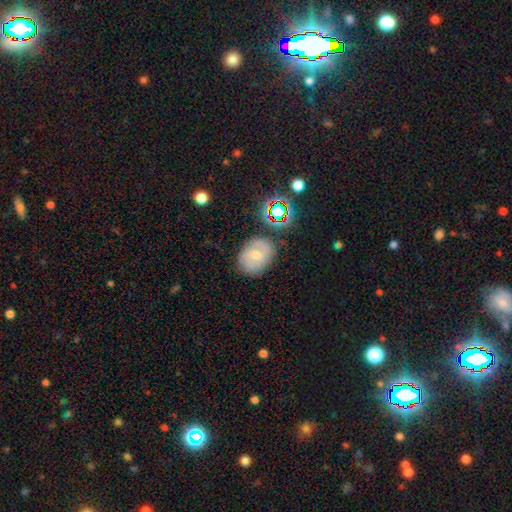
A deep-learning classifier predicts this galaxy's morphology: Smooth or featured?
  - smooth: 50% *
  - featured or disk: 37%
  - star or artifact: 13%
How rounded?
  - in between: 55% *
  - round: 44%
  - cigar-shaped: 1%
Merging?
  - none: 74% *
  - minor disturbance: 17%
  - major disturbance: 5%
  - merger: 4%